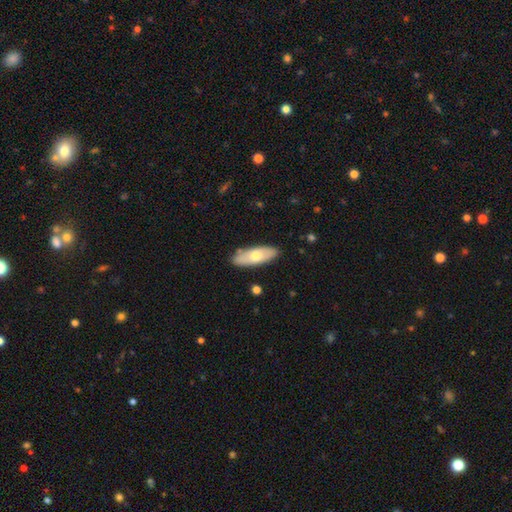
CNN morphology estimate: Smooth or featured?
  - smooth: 63% *
  - featured or disk: 31%
  - star or artifact: 5%
How rounded?
  - in between: 72% *
  - cigar-shaped: 25%
  - round: 2%
Merging?
  - none: 86% *
  - minor disturbance: 10%
  - major disturbance: 2%
  - merger: 2%